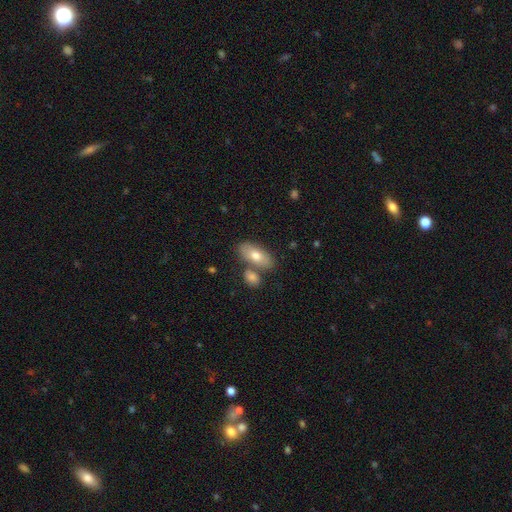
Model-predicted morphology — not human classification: Overall: smooth (73%). How rounded: in between (86%). Merging: none (65%).